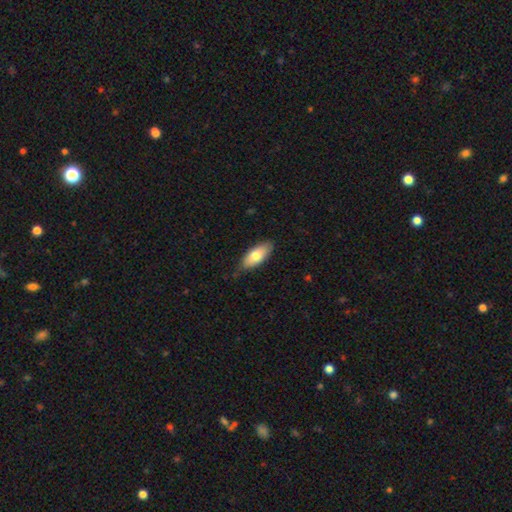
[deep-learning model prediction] Morphology: type=smooth (76%); roundness=in between (84%); merging=none (80%).